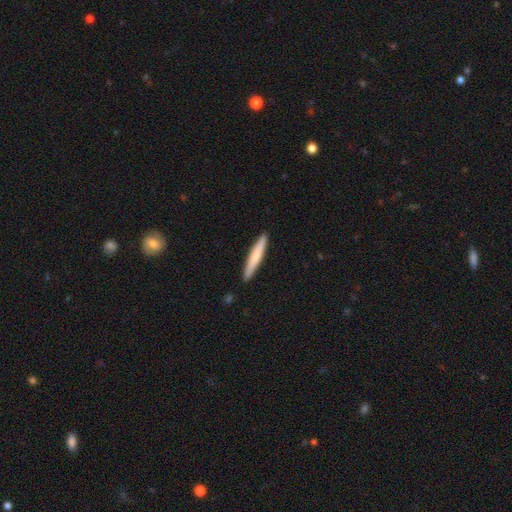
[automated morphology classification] Smooth or featured?
  - smooth: 69% *
  - featured or disk: 26%
  - star or artifact: 5%
How rounded?
  - cigar-shaped: 94% *
  - in between: 4%
  - round: 1%
Merging?
  - none: 91% *
  - minor disturbance: 6%
  - major disturbance: 1%
  - merger: 1%